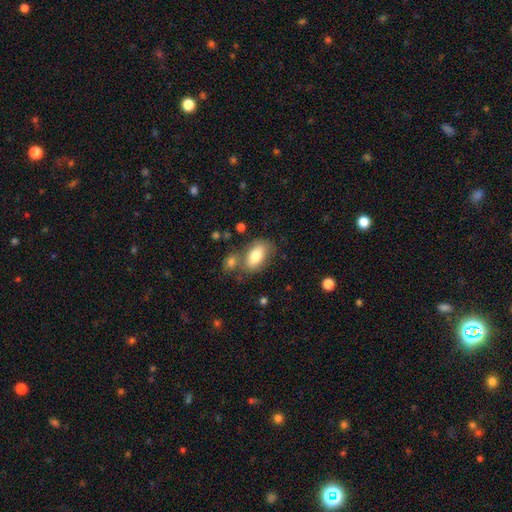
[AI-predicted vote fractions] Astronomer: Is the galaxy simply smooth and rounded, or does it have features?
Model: smooth — 77%.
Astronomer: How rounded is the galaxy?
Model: in between — 90%.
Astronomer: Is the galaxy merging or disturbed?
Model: none — 62%.